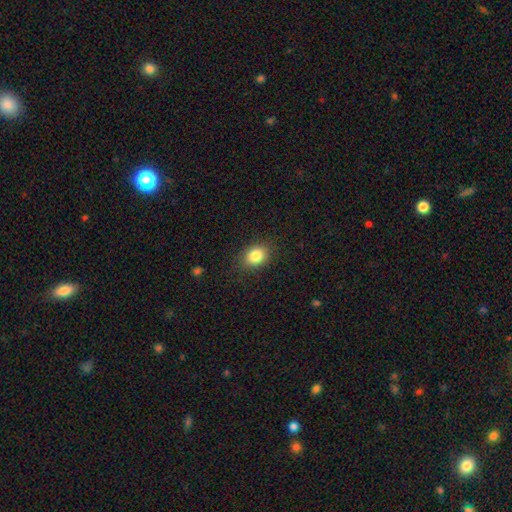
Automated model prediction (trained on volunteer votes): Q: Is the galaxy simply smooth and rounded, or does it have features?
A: smooth — 84%.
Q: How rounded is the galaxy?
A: in between — 62%.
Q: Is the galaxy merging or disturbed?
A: none — 85%.